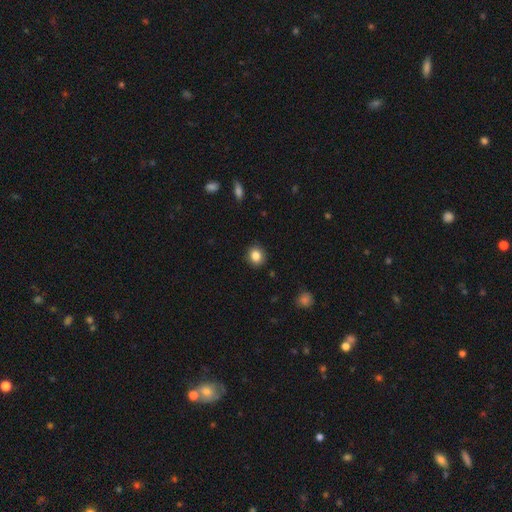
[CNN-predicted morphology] Smooth or featured? smooth (85%)
How rounded? round (77%)
Merging? none (90%)